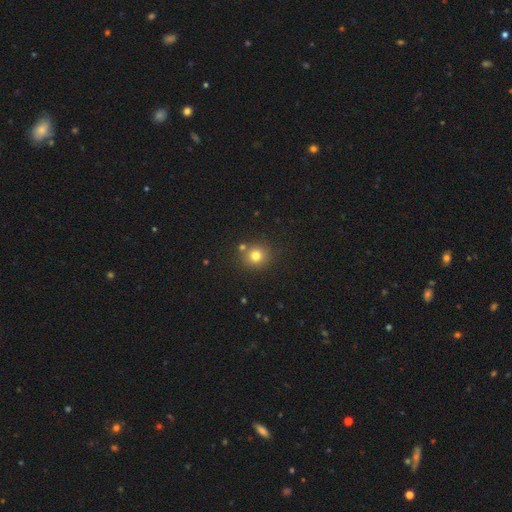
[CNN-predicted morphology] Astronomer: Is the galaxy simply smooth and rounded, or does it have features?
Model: smooth — 77%.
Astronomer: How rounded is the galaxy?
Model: round — 88%.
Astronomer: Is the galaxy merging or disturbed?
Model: none — 79%.